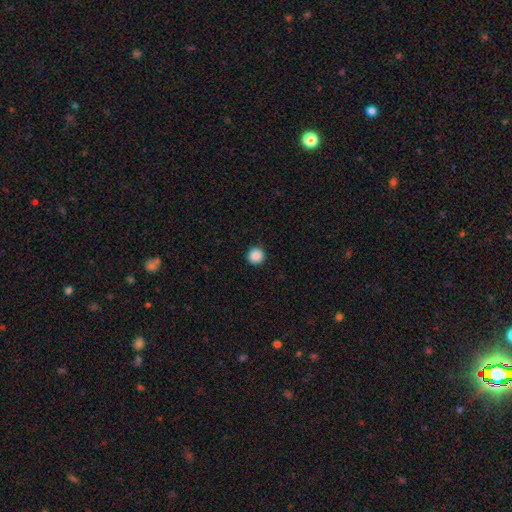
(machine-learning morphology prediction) This appears to be a smooth galaxy with no disk features (88%) that is round (96%). Merging: none (93%).